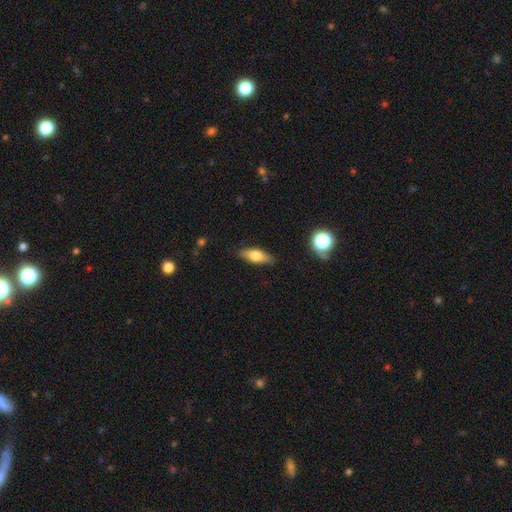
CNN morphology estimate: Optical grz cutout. It shows a smooth galaxy with no disk features (66%) that is in between round and cigar-shaped (65%). Merging: none (85%).